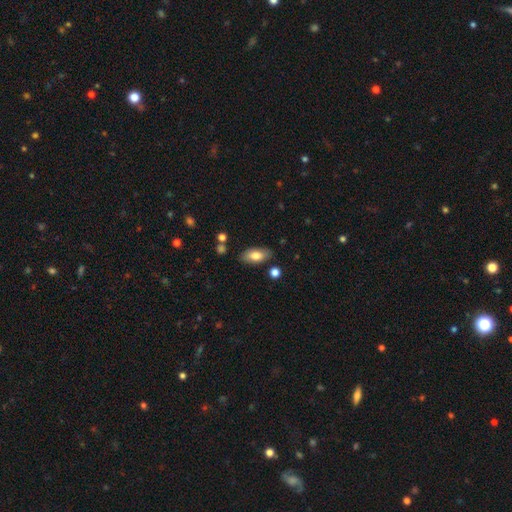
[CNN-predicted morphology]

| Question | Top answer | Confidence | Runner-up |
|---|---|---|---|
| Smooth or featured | smooth | 77% | featured or disk (16%) |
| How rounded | in between | 90% | cigar-shaped (6%) |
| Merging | none | 82% | minor disturbance (12%) |